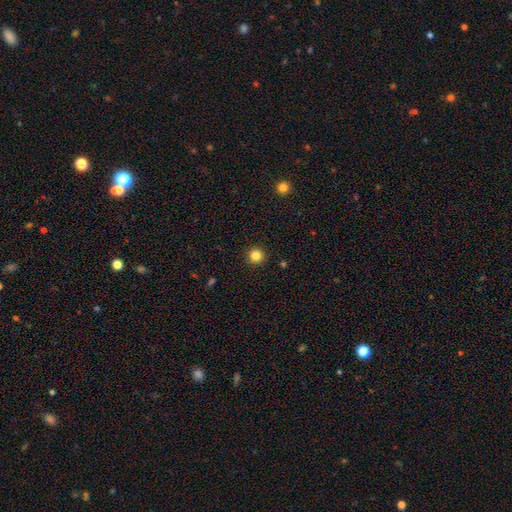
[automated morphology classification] This is clearly a smooth galaxy (83%). How rounded: clearly round (95%). Merging: clearly none (93%).